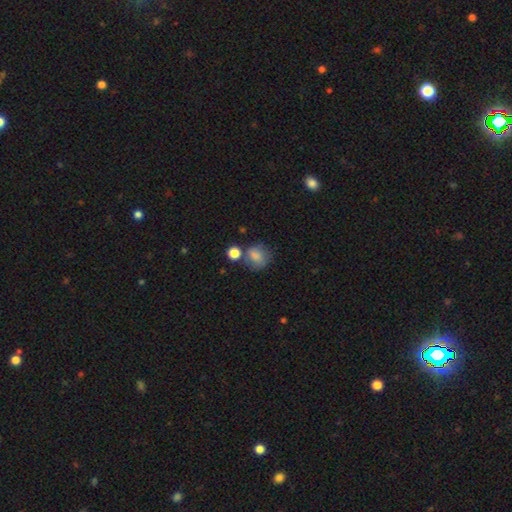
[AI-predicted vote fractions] This is likely a smooth galaxy (79%). How rounded: likely round (69%). Merging: possibly none (53%).